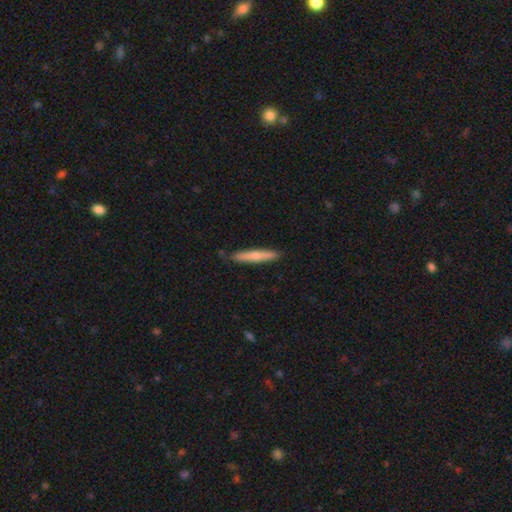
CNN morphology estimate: A smooth galaxy with no disk features (63%) that is cigar-shaped (93%).

Vote fractions:
- Smooth or featured? smooth: 63% / featured or disk: 32% / star or artifact: 5%
- How rounded? cigar-shaped: 93% / in between: 6% / round: 1%
- Merging? none: 87% / minor disturbance: 10% / merger: 2% / major disturbance: 2%